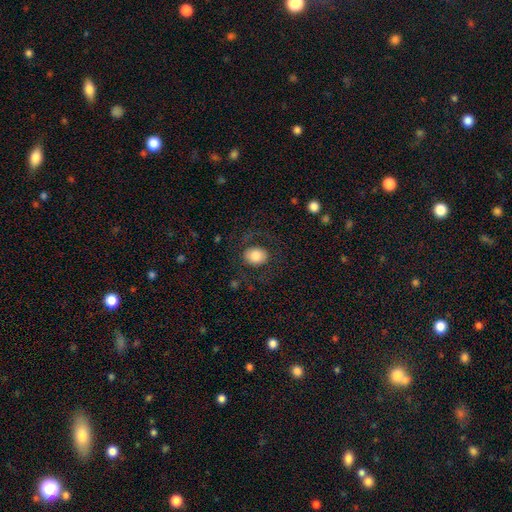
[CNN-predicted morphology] Overall: smooth (74%). How rounded: in between (50%; round 49%). Merging: none (77%).